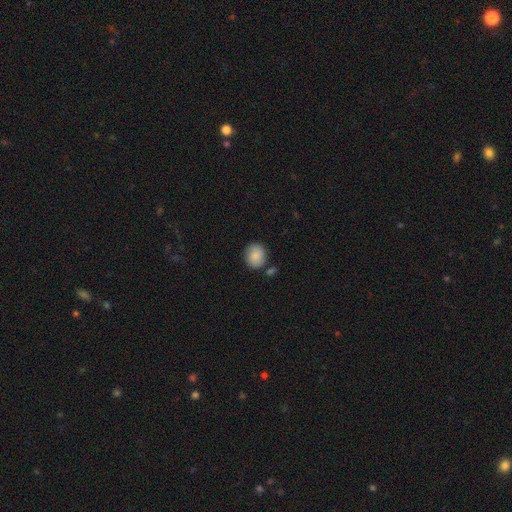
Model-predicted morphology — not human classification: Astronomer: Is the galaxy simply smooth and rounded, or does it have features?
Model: smooth — 85%.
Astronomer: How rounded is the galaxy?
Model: round — 77%.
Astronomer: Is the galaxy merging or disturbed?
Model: none — 80%.